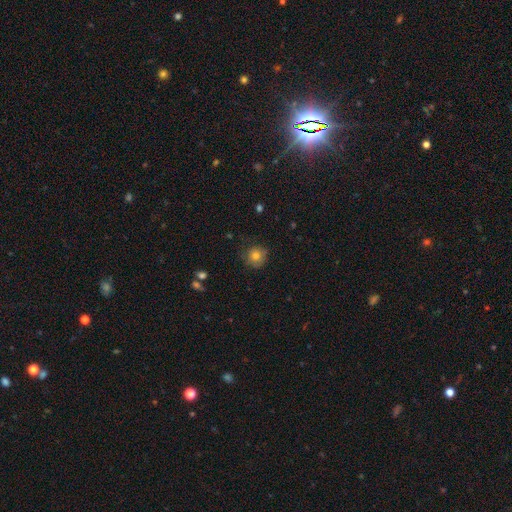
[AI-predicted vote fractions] This is likely a smooth galaxy (75%). How rounded: clearly round (91%). Merging: likely none (75%).